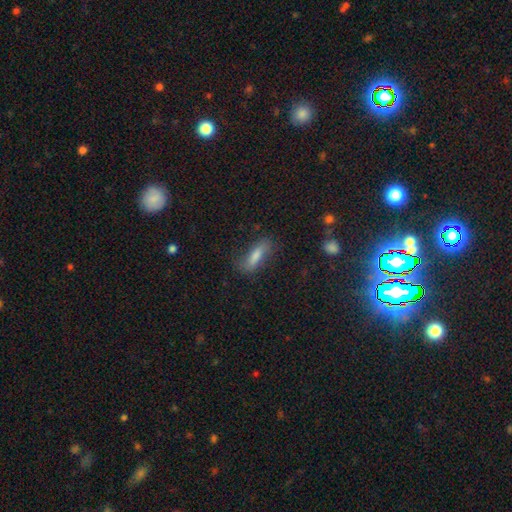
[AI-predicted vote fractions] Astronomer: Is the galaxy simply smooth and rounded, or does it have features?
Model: smooth — 65%.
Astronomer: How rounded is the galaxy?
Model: cigar-shaped — 55% (runner-up: in between, 42%).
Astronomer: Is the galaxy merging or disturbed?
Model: none — 68%.